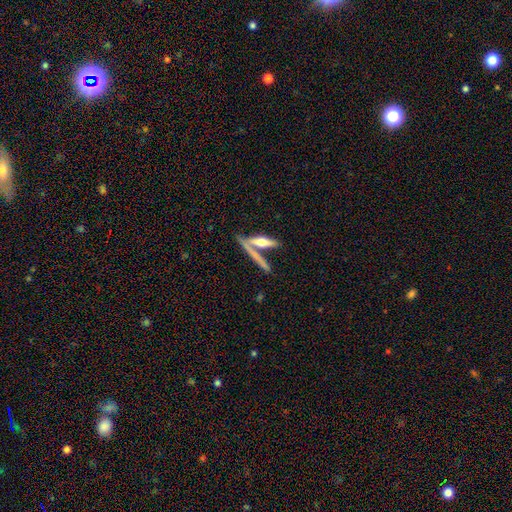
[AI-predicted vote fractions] This appears to be a featured or disk galaxy (50%) viewed edge-on (87%). Merging: none (54%).